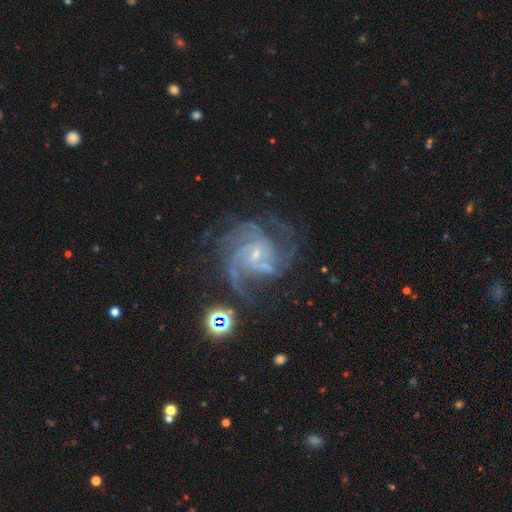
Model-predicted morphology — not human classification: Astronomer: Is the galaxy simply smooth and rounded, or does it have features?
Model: featured or disk — 89%.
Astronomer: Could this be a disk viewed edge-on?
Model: no — 98%.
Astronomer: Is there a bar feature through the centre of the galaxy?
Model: no — 50% (runner-up: weak, 40%).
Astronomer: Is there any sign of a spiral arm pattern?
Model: yes — 97%.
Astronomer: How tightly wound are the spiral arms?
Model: medium — 48% (runner-up: tight, 39%).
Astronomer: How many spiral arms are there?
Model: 3 — 29% (runner-up: 4, 23%).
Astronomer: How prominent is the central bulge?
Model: small — 78%.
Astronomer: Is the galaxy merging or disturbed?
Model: none — 61%.